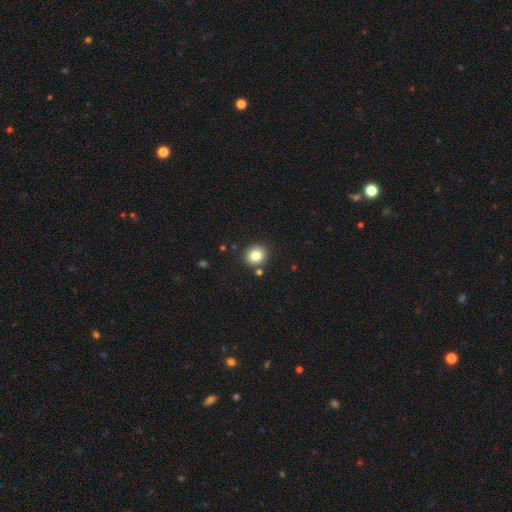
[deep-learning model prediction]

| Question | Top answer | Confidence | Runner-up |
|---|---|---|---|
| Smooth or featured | smooth | 82% | star or artifact (10%) |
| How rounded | round | 80% | in between (19%) |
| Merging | none | 86% | minor disturbance (7%) |